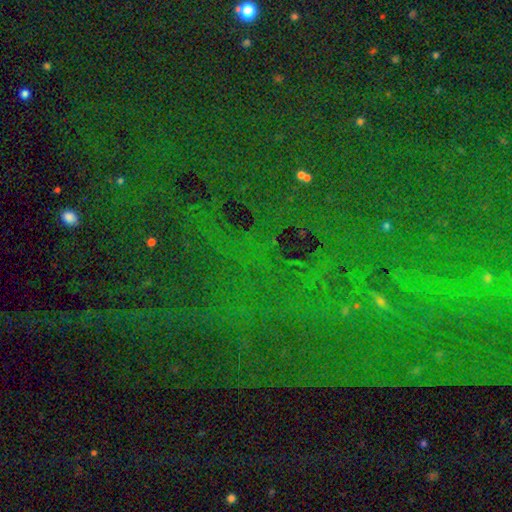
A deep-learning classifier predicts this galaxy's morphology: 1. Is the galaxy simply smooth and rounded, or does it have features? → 81% star or artifact, 10% smooth, 9% featured or disk.